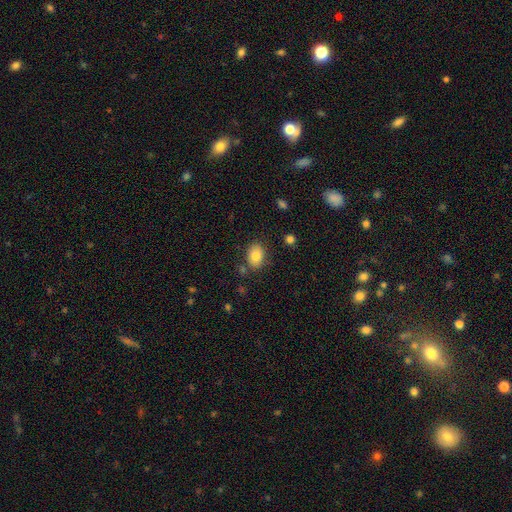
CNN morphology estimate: The model was most divided on "how rounded": in between: 75%, round: 24%, cigar-shaped: 1%. More confident: smooth or featured — smooth (83%); merging — none (79%).